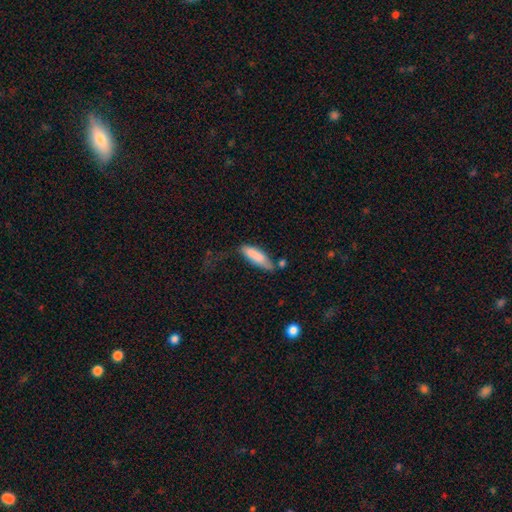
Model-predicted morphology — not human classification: A smooth galaxy with no disk features (81%) that is cigar-shaped (52%). Merging: none (41%).